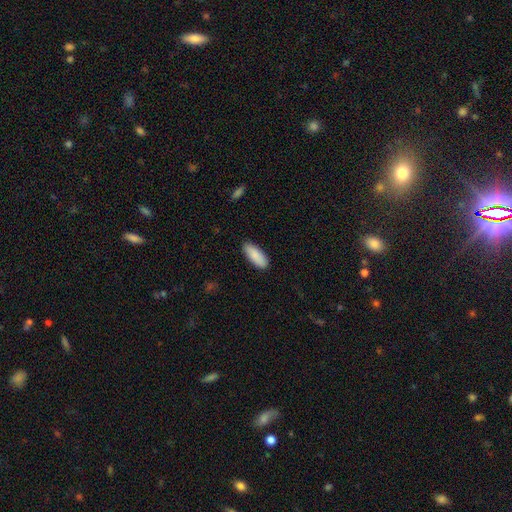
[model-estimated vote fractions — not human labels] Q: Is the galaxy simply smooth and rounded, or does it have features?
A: smooth — 89%.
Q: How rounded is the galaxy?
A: in between — 76%.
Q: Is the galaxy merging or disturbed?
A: none — 88%.